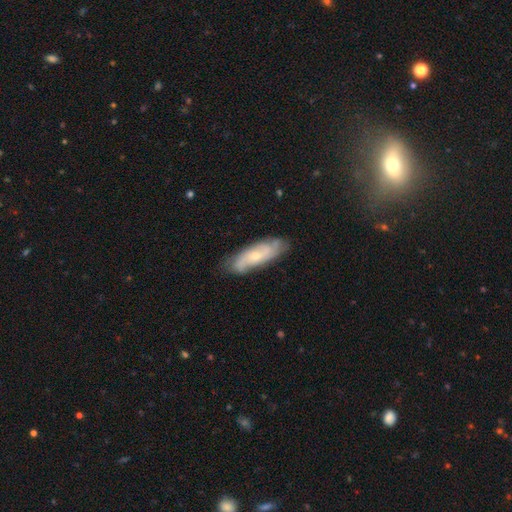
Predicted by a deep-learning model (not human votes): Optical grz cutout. It shows a featured or disk galaxy (63%) with no bar (68%), spiral arms (88%) and a small central bulge (61%). Merging: none (77%).